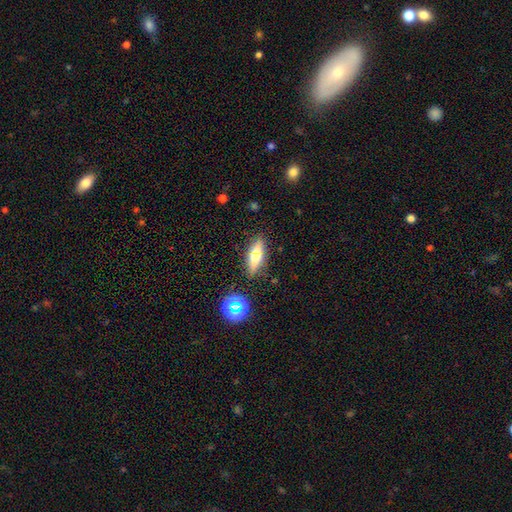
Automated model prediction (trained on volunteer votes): smooth 48%, featured or disk 41%, star or artifact 10%. Down the decision tree: merging — none (84%).